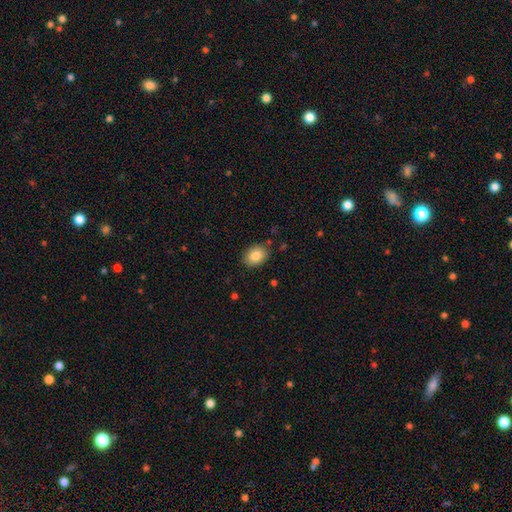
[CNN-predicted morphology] The model was most divided on "how rounded": in between: 72%, round: 28%, cigar-shaped: 1%. More confident: merging — none (85%); smooth or featured — smooth (84%).